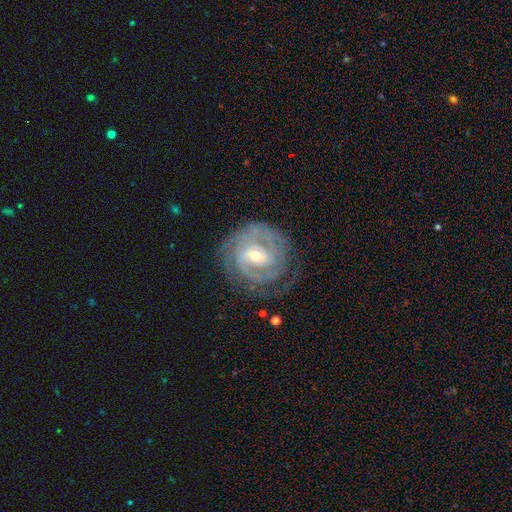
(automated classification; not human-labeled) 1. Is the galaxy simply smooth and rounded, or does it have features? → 88% featured or disk, 7% smooth, 5% star or artifact.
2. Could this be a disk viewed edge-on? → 97% no, 3% yes.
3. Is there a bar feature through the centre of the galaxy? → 48% weak, 29% no, 22% strong.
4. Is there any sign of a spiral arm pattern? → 96% yes, 4% no.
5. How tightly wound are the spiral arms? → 71% tight, 24% medium, 5% loose.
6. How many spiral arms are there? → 45% 2, 23% can't tell, 18% 3, 6% 4, 5% 1, 4% more than 4.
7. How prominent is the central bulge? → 52% moderate, 45% small, 2% large, 1% none, 1% dominant.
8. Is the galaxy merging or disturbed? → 73% none, 17% minor disturbance, 9% major disturbance, 1% merger.